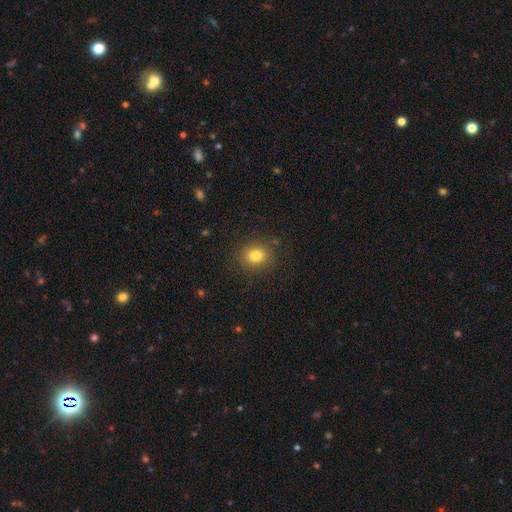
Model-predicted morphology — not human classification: Smooth or featured? smooth (82%)
How rounded? round (69%)
Merging? none (86%)